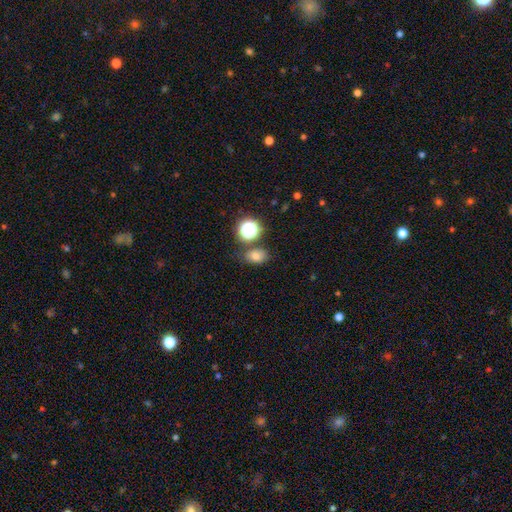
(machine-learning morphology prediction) smooth-or-featured: smooth: 72% | star or artifact: 19% | featured or disk: 8%
  how-rounded: in between: 65% | round: 34% | cigar-shaped: 1%
  merging: none: 72% | minor disturbance: 14% | merger: 10% | major disturbance: 4%